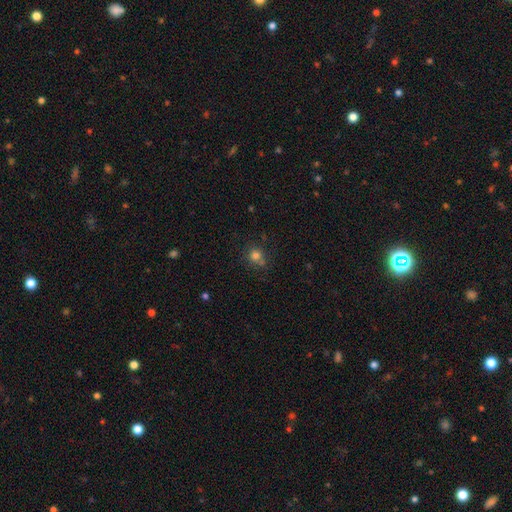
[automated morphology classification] Q: Smooth or featured?
A: smooth (76%); runner-up: star or artifact (15%)
Q: How rounded?
A: round (85%); runner-up: in between (14%)
Q: Merging?
A: none (62%); runner-up: merger (20%)